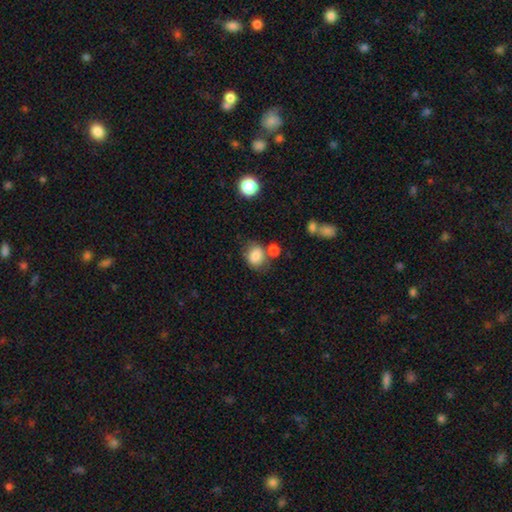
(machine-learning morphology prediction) A smooth galaxy with no disk features (83%) that is round (65%). Merging: none (58%).